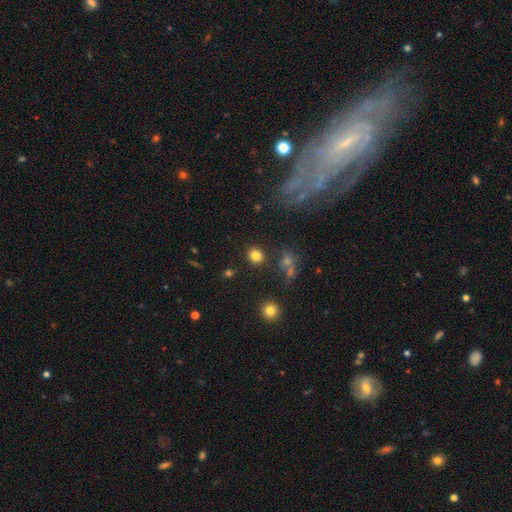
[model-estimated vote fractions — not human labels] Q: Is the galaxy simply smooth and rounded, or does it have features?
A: smooth — 81%.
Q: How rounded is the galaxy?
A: round — 75%.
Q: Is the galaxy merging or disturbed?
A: none — 85%.